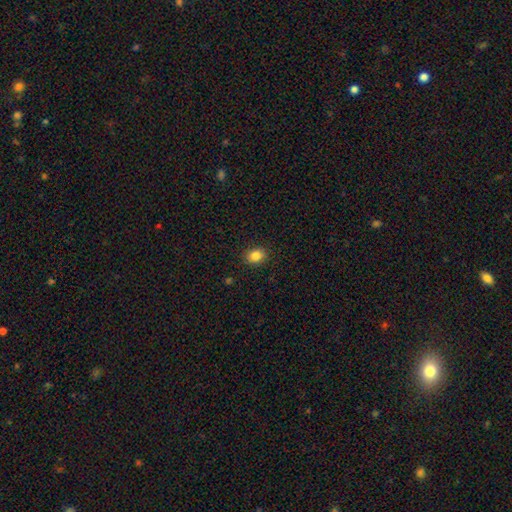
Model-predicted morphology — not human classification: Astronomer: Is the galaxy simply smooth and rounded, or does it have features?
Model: smooth — 85%.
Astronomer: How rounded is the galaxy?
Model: in between — 55% (runner-up: round, 44%).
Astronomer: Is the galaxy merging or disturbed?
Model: none — 89%.